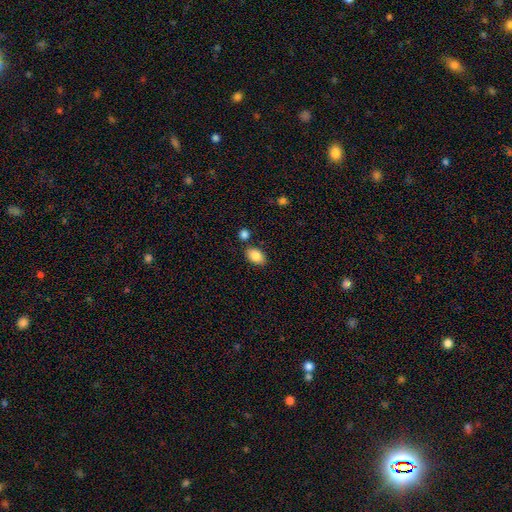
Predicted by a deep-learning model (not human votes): This appears to be a smooth galaxy with no disk features (86%) that is in between round and cigar-shaped (88%). Merging: none (78%).